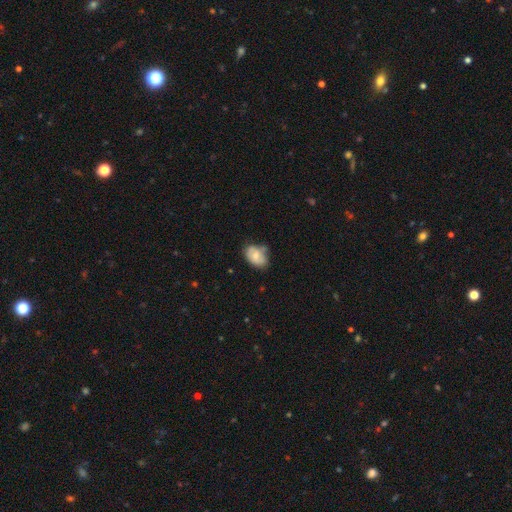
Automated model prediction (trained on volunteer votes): smooth 66%, featured or disk 26%, star or artifact 7%. Down the decision tree: how rounded — in between (83%); merging — none (53%).